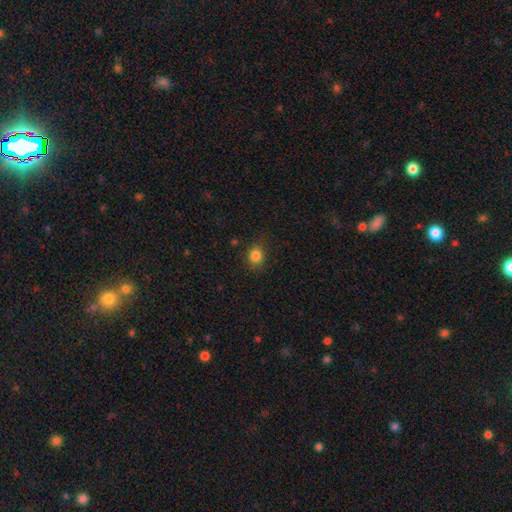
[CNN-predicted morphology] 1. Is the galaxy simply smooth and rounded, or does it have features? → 83% smooth, 12% star or artifact, 5% featured or disk.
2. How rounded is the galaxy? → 71% round, 28% in between, 1% cigar-shaped.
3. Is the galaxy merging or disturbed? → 80% none, 14% minor disturbance, 4% major disturbance, 1% merger.